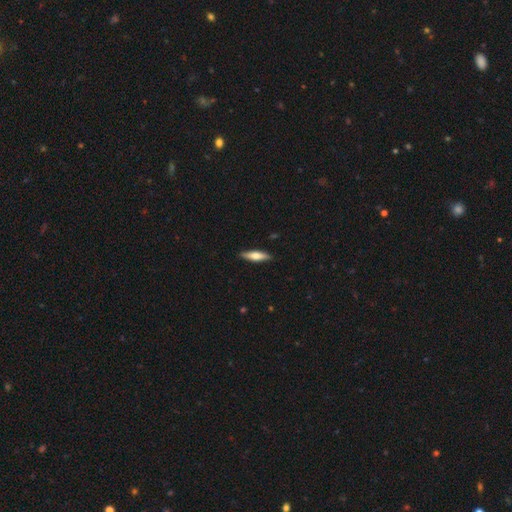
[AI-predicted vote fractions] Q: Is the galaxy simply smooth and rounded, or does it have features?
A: smooth — 59%.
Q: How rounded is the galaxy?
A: cigar-shaped — 69%.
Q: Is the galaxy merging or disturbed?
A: none — 89%.